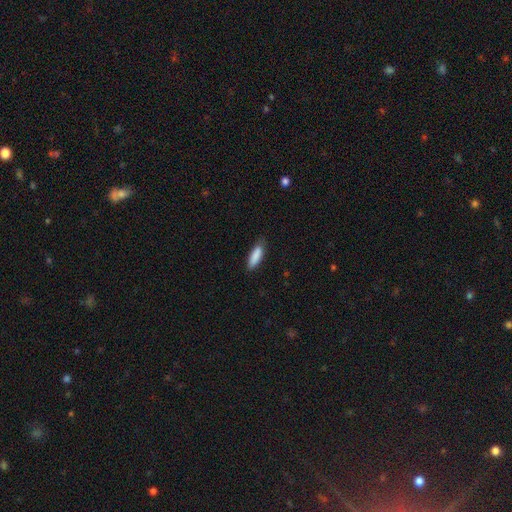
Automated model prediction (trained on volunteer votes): This is clearly a smooth galaxy (88%). How rounded: possibly in between (50%). Merging: likely none (77%).